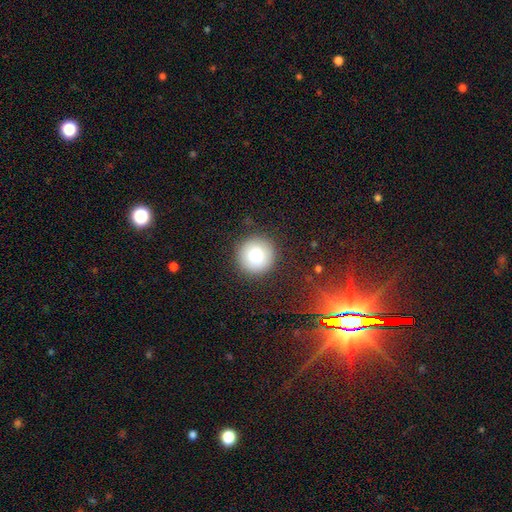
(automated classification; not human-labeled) This is likely a smooth galaxy (77%). How rounded: clearly round (95%). Merging: clearly none (90%).